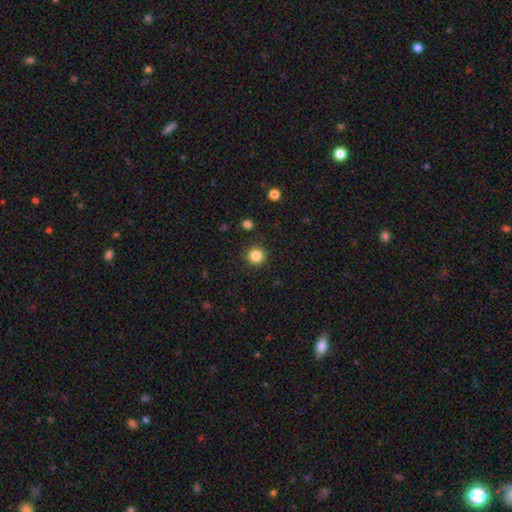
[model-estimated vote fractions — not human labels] Overall: smooth (85%). How rounded: round (95%). Merging: none (91%).